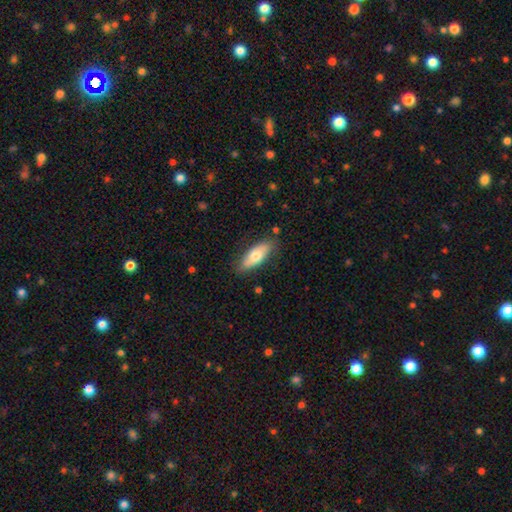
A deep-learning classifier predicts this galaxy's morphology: smooth-or-featured: smooth: 69% | featured or disk: 25% | star or artifact: 6%
  how-rounded: in between: 71% | cigar-shaped: 27% | round: 2%
  merging: none: 83% | minor disturbance: 13% | major disturbance: 2% | merger: 2%